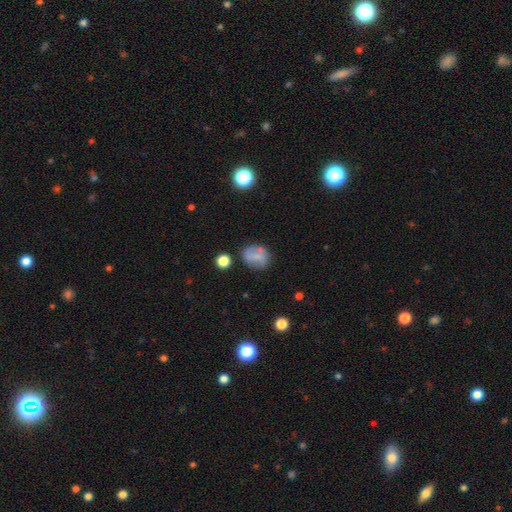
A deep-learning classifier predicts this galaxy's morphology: This appears to be a smooth galaxy with no disk features (64%) that is round (57%). Merging: none (65%).